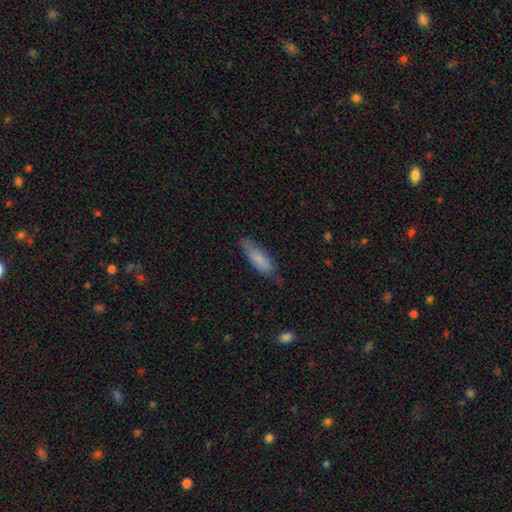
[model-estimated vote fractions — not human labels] Smooth or featured? Predicted: smooth (p=0.77). How rounded? Predicted: cigar-shaped (p=0.55). Merging? Predicted: none (p=0.69).